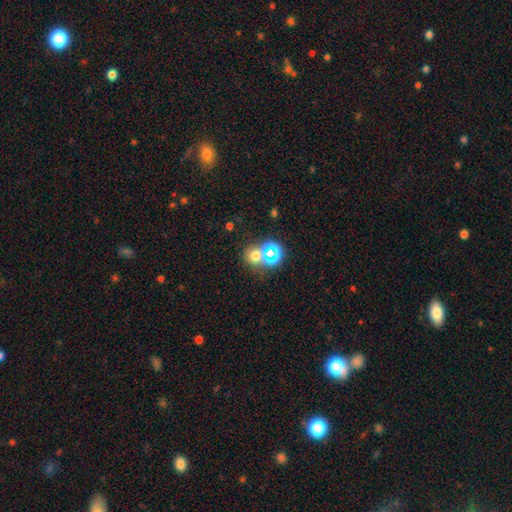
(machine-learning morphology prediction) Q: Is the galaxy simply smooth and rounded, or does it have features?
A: smooth — 58%.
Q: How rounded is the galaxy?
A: round — 81%.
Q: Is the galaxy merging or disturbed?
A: none — 59%.